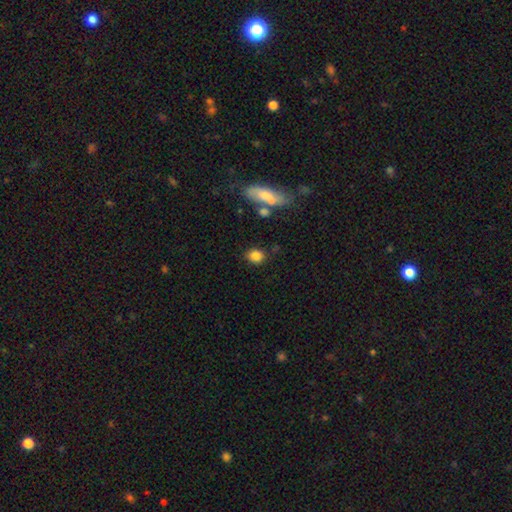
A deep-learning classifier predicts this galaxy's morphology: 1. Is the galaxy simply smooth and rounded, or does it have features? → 84% smooth, 10% star or artifact, 6% featured or disk.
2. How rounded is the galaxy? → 62% round, 36% in between, 2% cigar-shaped.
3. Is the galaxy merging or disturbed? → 79% none, 12% minor disturbance, 6% merger, 4% major disturbance.